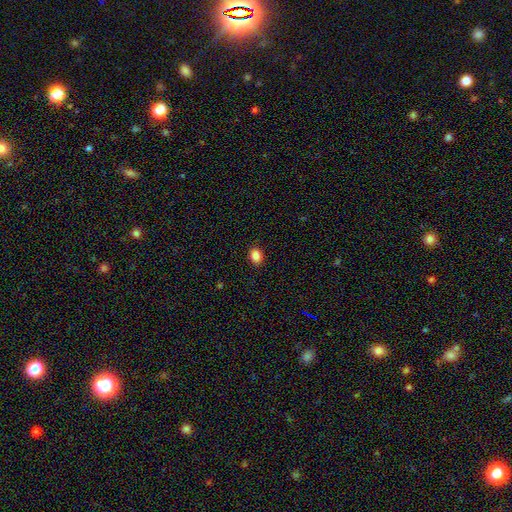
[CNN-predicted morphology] Smooth or featured? smooth (87%)
How rounded? in between (62%)
Merging? none (90%)